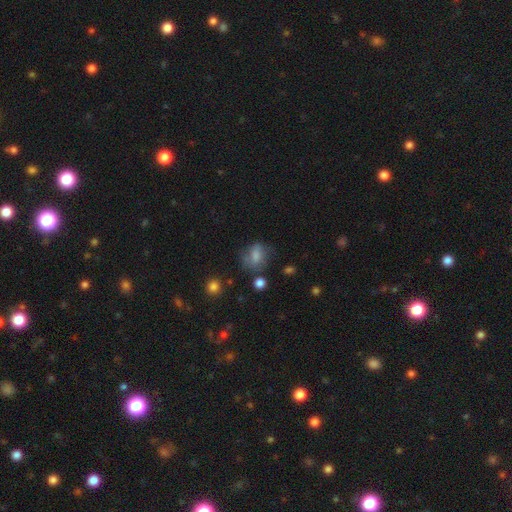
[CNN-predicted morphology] smooth 66%, featured or disk 22%, star or artifact 12%. Down the decision tree: how rounded — in between (55%); merging — none (50%).